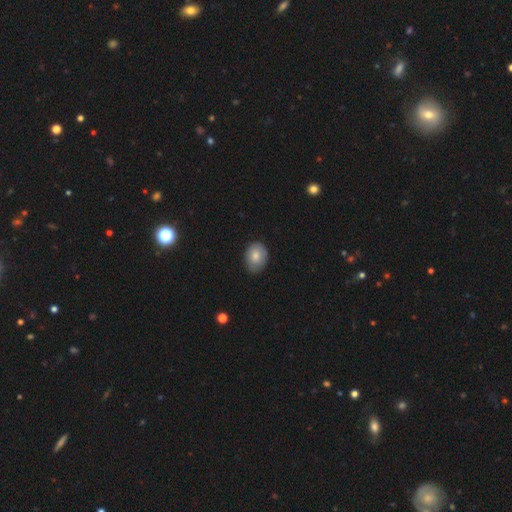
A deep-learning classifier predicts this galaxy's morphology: Smooth or featured?
  - smooth: 79% *
  - featured or disk: 14%
  - star or artifact: 7%
How rounded?
  - in between: 65% *
  - round: 35%
  - cigar-shaped: 1%
Merging?
  - none: 77% *
  - minor disturbance: 19%
  - major disturbance: 3%
  - merger: 1%